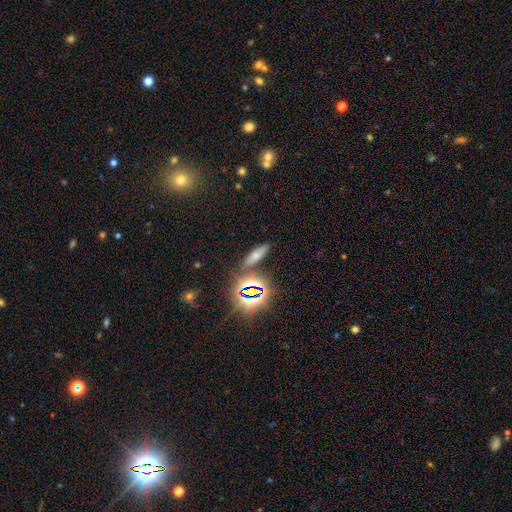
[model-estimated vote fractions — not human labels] smooth_or_featured: smooth (p=0.53) [alt: star or artifact p=0.31]
how_rounded: cigar-shaped (p=0.52) [alt: in between p=0.41]
merging: none (p=0.78) [alt: minor disturbance p=0.12]